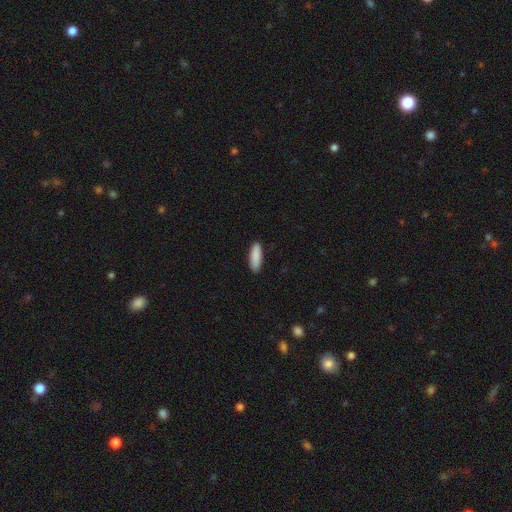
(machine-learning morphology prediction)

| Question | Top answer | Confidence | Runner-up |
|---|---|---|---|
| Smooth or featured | smooth | 90% | star or artifact (6%) |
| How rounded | in between | 56% | cigar-shaped (43%) |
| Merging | none | 89% | minor disturbance (9%) |